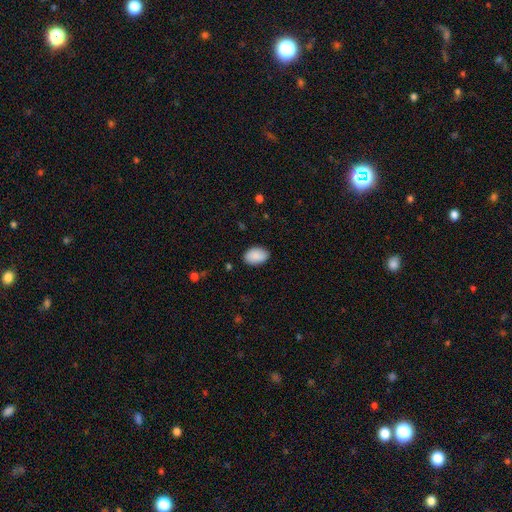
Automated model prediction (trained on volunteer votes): smooth 88%, featured or disk 6%, star or artifact 6%. Down the decision tree: how rounded — in between (90%); merging — none (86%).